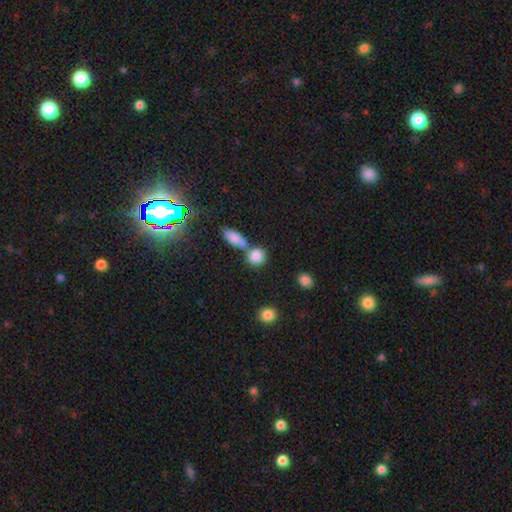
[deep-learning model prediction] This is clearly a smooth galaxy (83%). How rounded: likely round (76%). Merging: possibly none (52%).